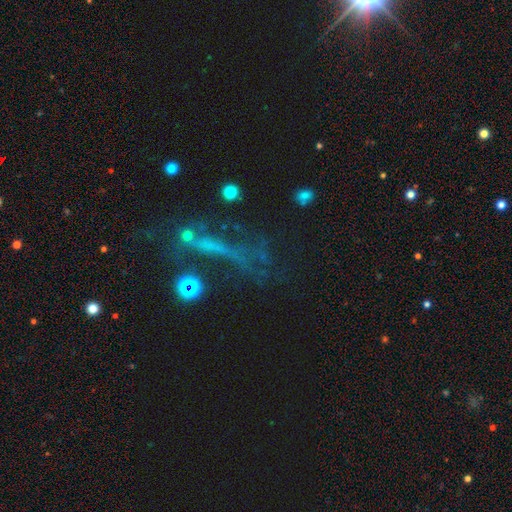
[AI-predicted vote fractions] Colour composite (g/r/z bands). It shows a star or artifact, not a galaxy (47%).